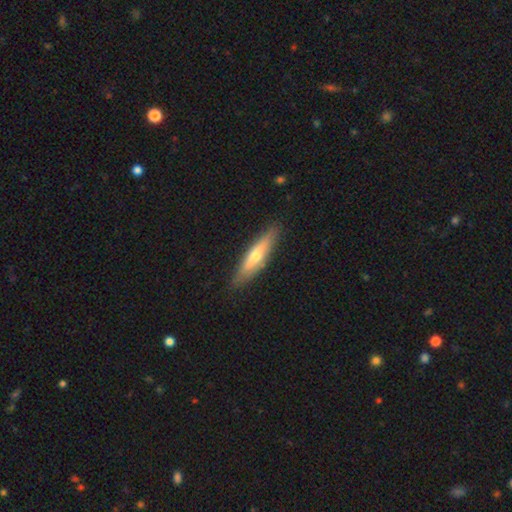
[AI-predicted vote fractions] smooth 49%, featured or disk 45%, star or artifact 6%. Down the decision tree: merging — none (88%).